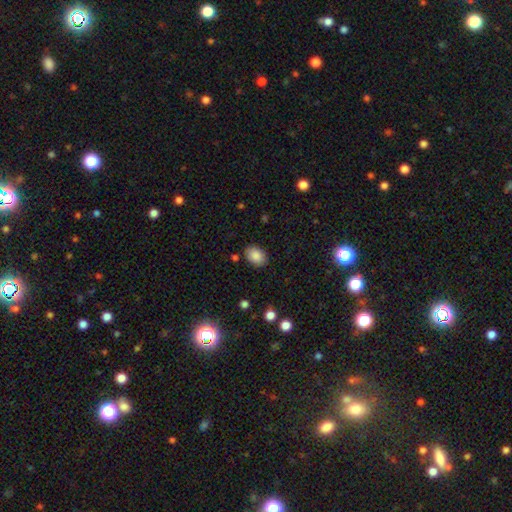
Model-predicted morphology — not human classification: This appears to be a smooth galaxy with no disk features (86%) that is in between round and cigar-shaped (76%). Merging: none (85%).